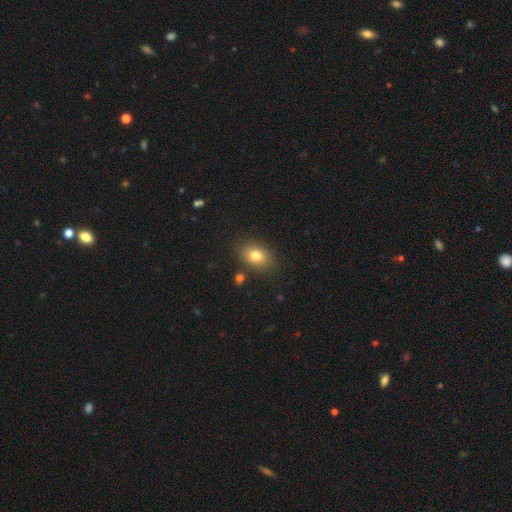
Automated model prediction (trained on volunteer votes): A smooth galaxy with no disk features (79%) that is in between round and cigar-shaped (73%).

Vote fractions:
- Smooth or featured? smooth: 79% / star or artifact: 10% / featured or disk: 10%
- How rounded? in between: 73% / round: 26% / cigar-shaped: 1%
- Merging? none: 83% / minor disturbance: 11% / merger: 4% / major disturbance: 3%